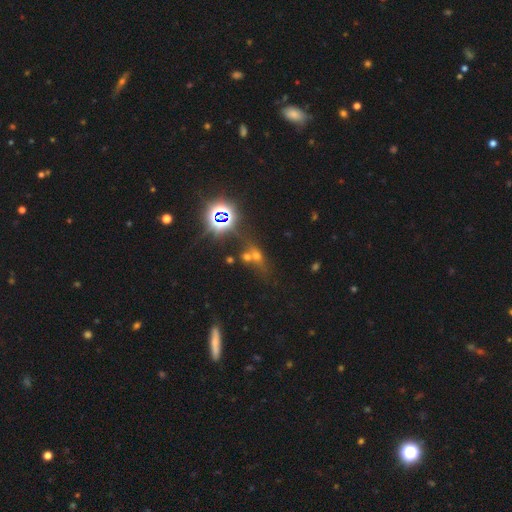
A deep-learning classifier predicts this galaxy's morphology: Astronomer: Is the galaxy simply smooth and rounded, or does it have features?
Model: smooth — 42% (runner-up: star or artifact, 39%).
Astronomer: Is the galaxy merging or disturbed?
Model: merger — 47% (runner-up: none, 37%).